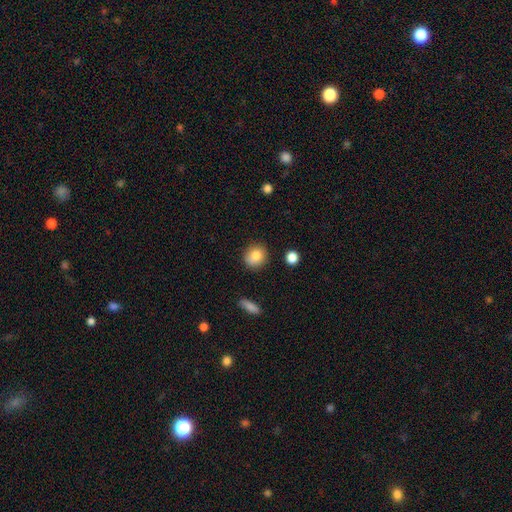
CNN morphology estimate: Smooth or featured: smooth — 83% (star or artifact — 9%)
How rounded: round — 83% (in between — 16%)
Merging: none — 85% (minor disturbance — 10%)